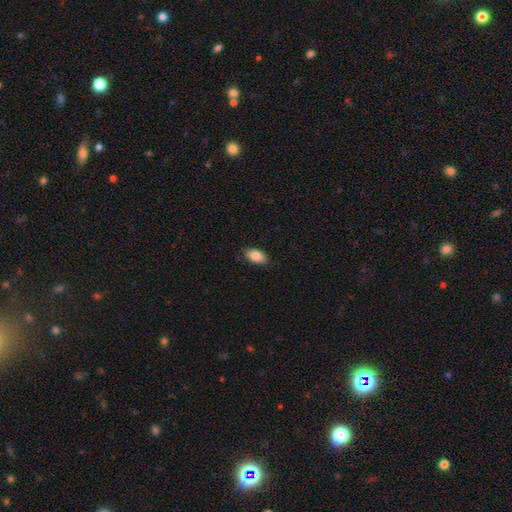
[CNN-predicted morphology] This is clearly a smooth galaxy (87%). How rounded: clearly in between (92%). Merging: clearly none (86%).